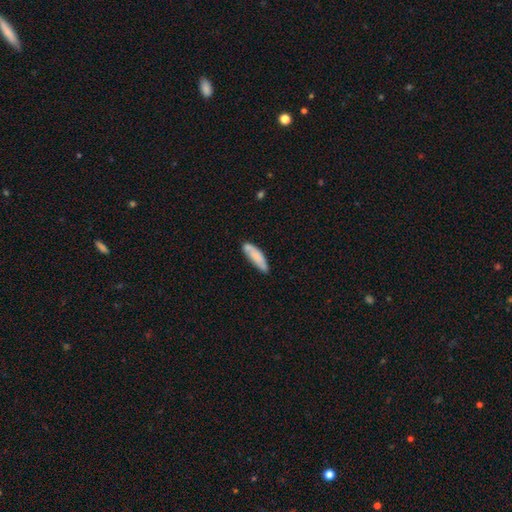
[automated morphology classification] smooth_or_featured: smooth (p=0.77) [alt: featured or disk p=0.17]
how_rounded: cigar-shaped (p=0.60) [alt: in between p=0.39]
merging: none (p=0.63) [alt: minor disturbance p=0.24]